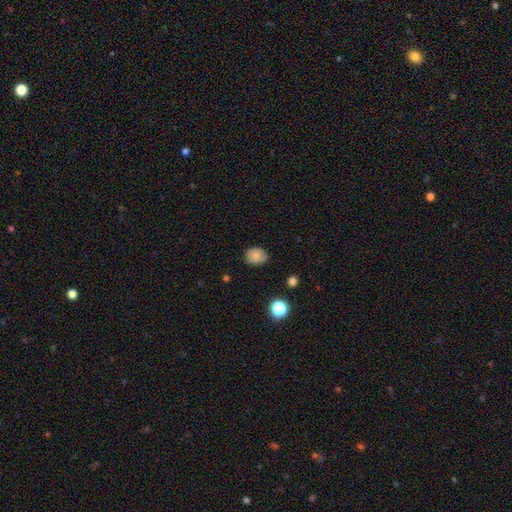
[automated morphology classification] smooth 81%, star or artifact 10%, featured or disk 9%. Down the decision tree: how rounded — round (57%); merging — none (81%).